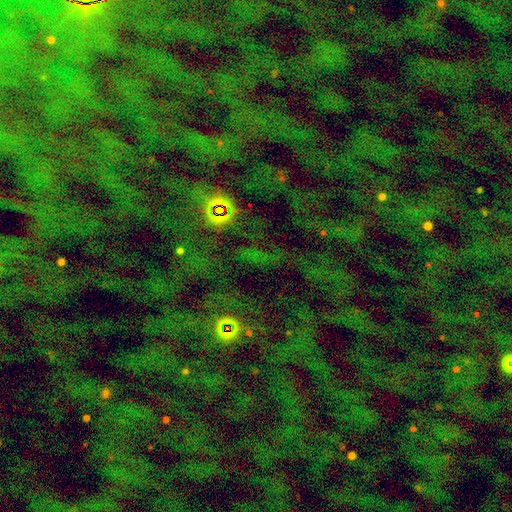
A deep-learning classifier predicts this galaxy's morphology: This is likely a star or artifact rather than a galaxy (74%).